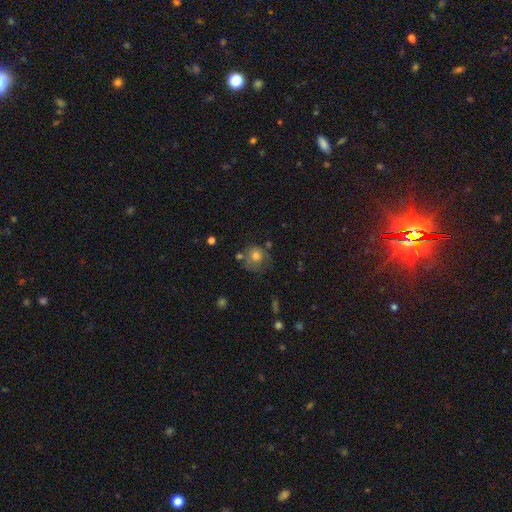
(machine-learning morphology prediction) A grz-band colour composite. It shows a smooth galaxy with no disk features (72%) that is round (82%). Merging: none (52%).